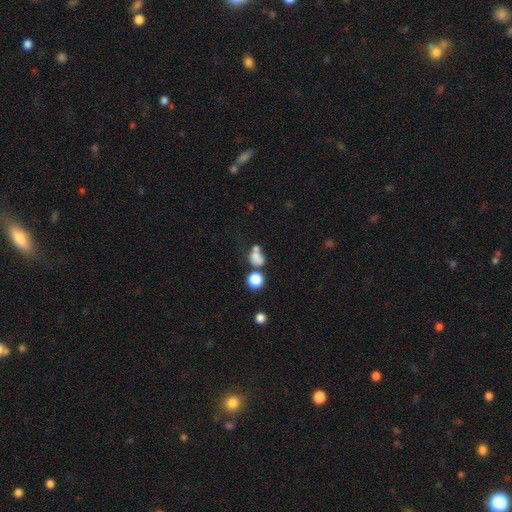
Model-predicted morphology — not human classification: smooth-or-featured: smooth: 72% | star or artifact: 15% | featured or disk: 13%
  how-rounded: round: 53% | in between: 45% | cigar-shaped: 2%
  merging: merger: 44% | none: 32% | minor disturbance: 13% | major disturbance: 10%